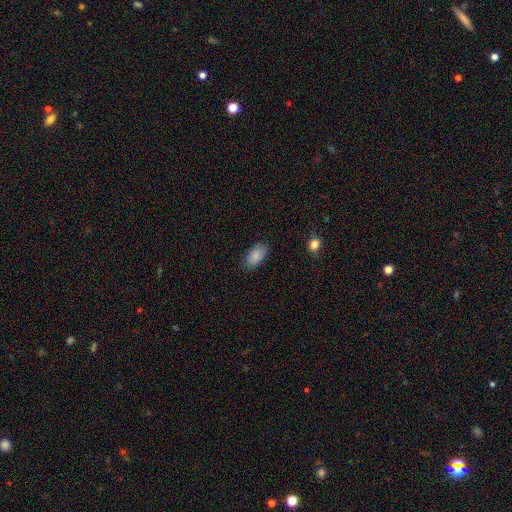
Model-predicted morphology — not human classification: This appears to be a smooth galaxy with no disk features (86%) that is in between round and cigar-shaped (93%). Merging: none (84%).